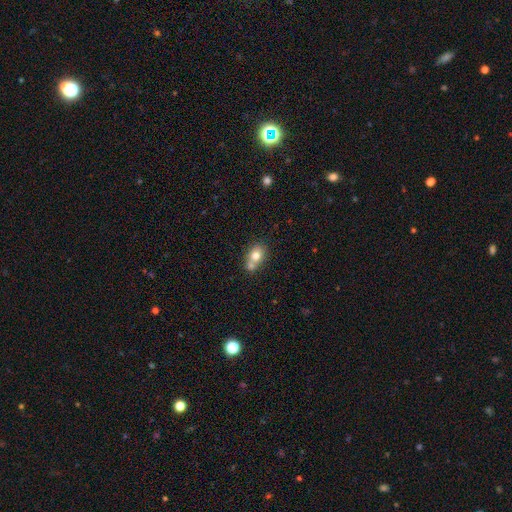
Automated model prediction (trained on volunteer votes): Overall: smooth (74%). How rounded: in between (58%; round 41%). Merging: merger (45%; none 40%).